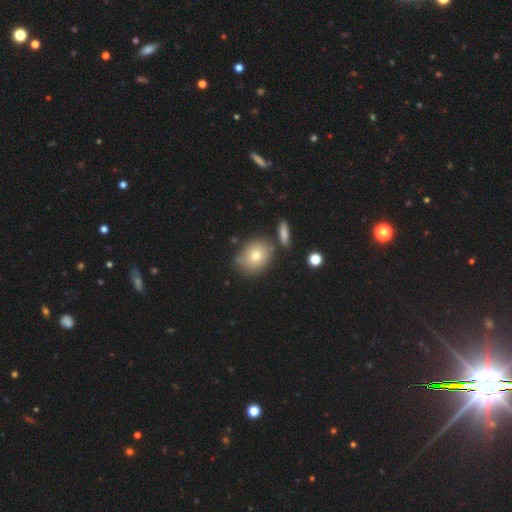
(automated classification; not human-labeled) A smooth galaxy with no disk features (70%) that is round (68%).

Vote fractions:
- Smooth or featured? smooth: 70% / featured or disk: 19% / star or artifact: 12%
- How rounded? round: 68% / in between: 31% / cigar-shaped: 1%
- Merging? none: 69% / minor disturbance: 16% / merger: 10% / major disturbance: 4%